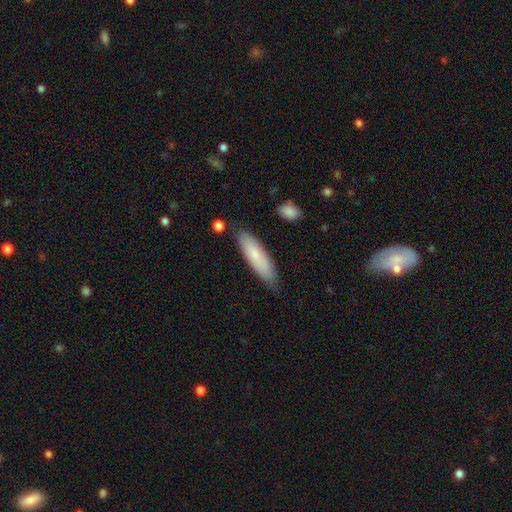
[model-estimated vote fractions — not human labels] smooth_or_featured: smooth (p=0.73) [alt: featured or disk p=0.21]
how_rounded: cigar-shaped (p=0.61) [alt: in between p=0.37]
merging: none (p=0.77) [alt: minor disturbance p=0.18]